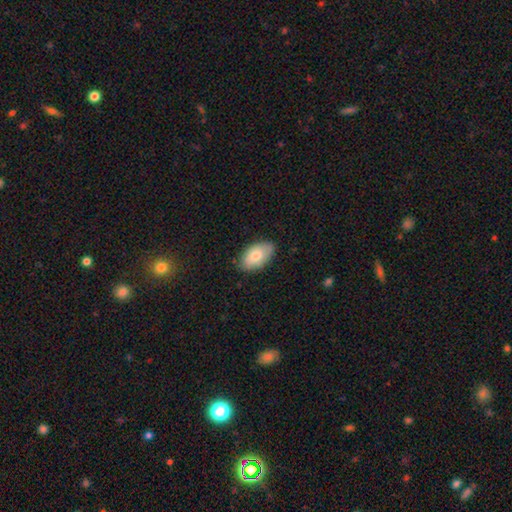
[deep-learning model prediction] Smooth or featured: smooth — 78% (featured or disk — 16%)
How rounded: in between — 94% (round — 4%)
Merging: none — 80% (minor disturbance — 16%)